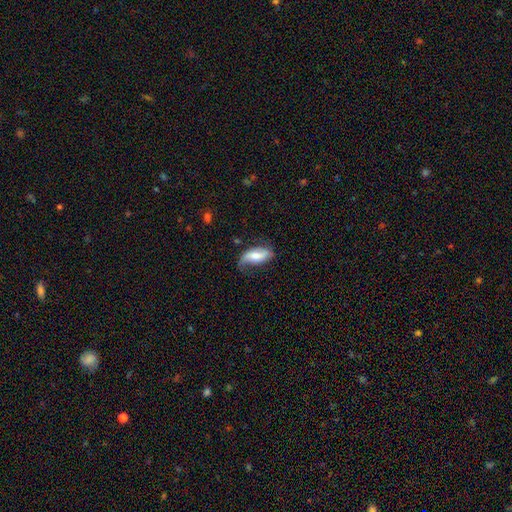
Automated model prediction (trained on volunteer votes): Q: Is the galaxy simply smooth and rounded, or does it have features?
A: smooth — 51%.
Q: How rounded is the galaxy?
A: in between — 84%.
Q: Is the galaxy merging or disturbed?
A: none — 50%.